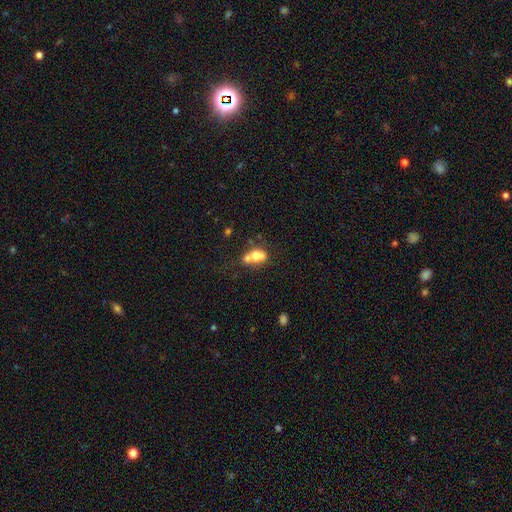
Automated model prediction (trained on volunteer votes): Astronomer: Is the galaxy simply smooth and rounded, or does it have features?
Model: smooth — 66%.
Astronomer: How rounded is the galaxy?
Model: in between — 65%.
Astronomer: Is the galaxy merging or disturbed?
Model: merger — 53% (runner-up: none, 28%).